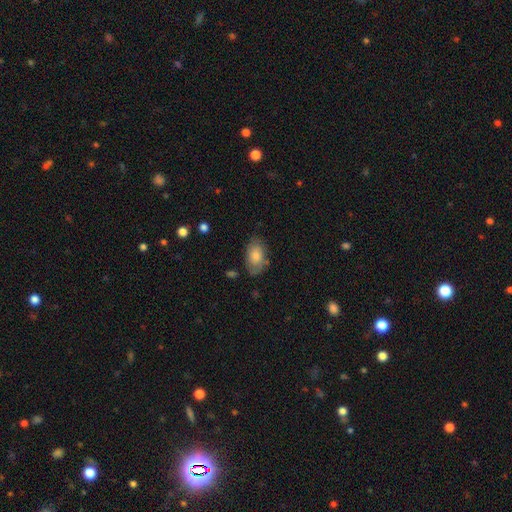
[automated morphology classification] smooth 70%, featured or disk 22%, star or artifact 8%. Down the decision tree: how rounded — in between (92%); merging — none (74%).